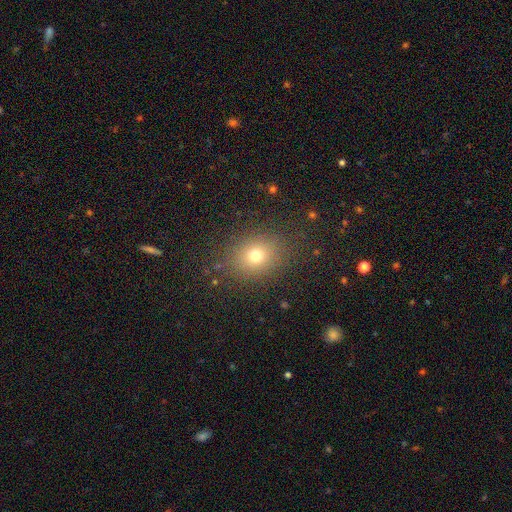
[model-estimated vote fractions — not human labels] Smooth or featured: smooth — 74% (star or artifact — 16%)
How rounded: round — 54% (in between — 45%)
Merging: none — 85% (minor disturbance — 10%)